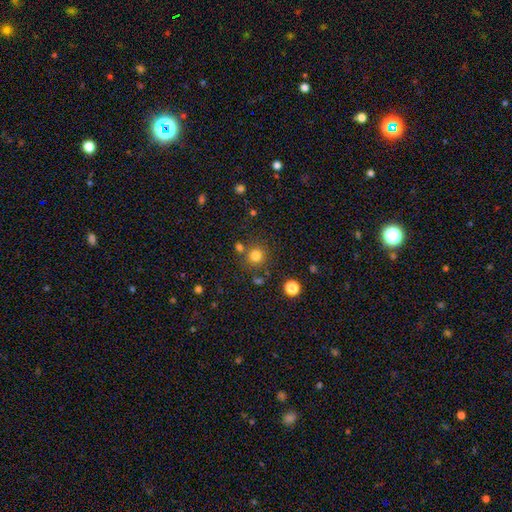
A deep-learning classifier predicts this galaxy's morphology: Overall: smooth (79%). How rounded: round (92%). Merging: none (77%).